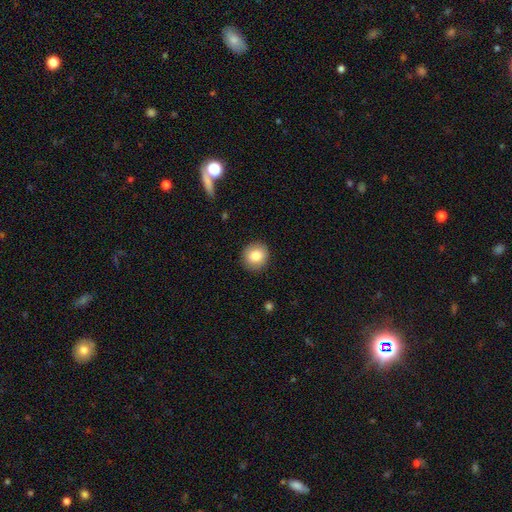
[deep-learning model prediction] Q: Smooth or featured?
A: smooth (83%); runner-up: featured or disk (9%)
Q: How rounded?
A: round (89%); runner-up: in between (10%)
Q: Merging?
A: none (90%); runner-up: minor disturbance (7%)